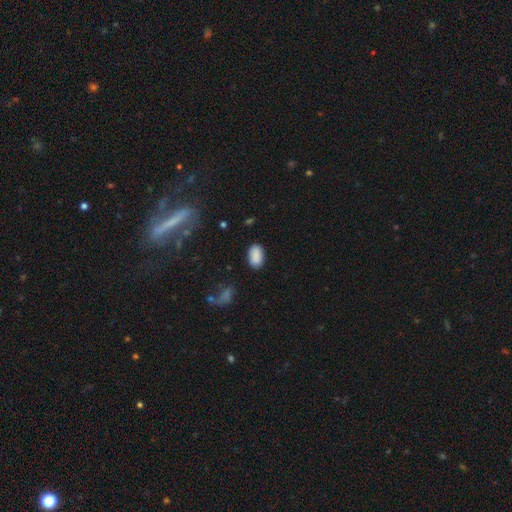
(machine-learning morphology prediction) Overall: smooth (89%). How rounded: in between (92%). Merging: none (84%).